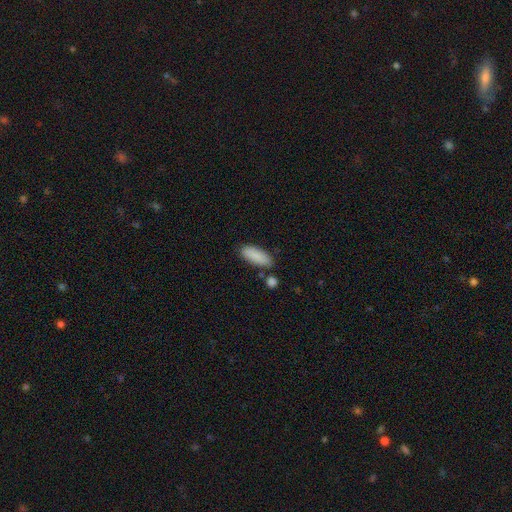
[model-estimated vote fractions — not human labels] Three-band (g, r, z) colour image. It shows a smooth galaxy with no disk features (88%) that is in between round and cigar-shaped (73%). Merging: none (77%).